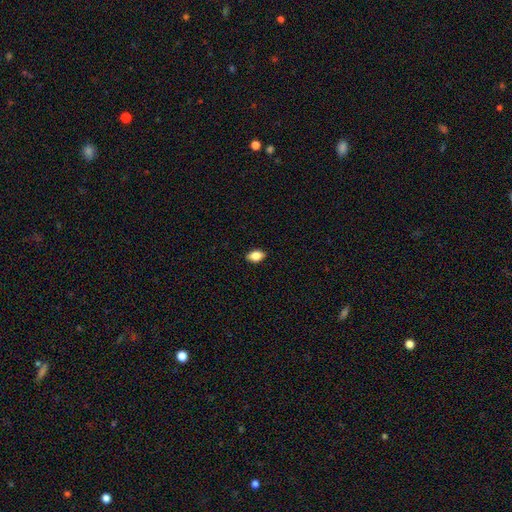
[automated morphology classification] type=smooth (84%); roundness=in between (88%); merging=none (88%).